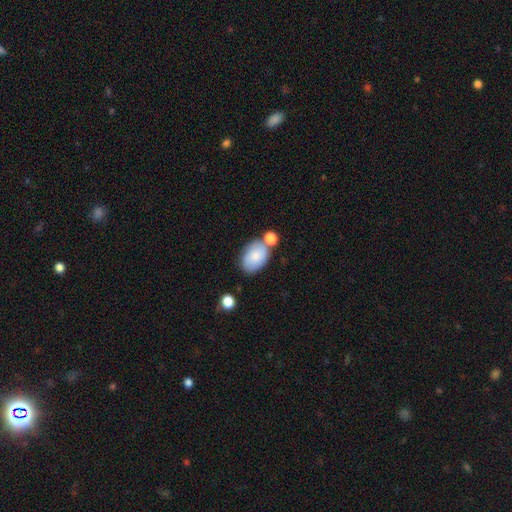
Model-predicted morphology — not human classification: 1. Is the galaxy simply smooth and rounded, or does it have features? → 79% smooth, 14% featured or disk, 7% star or artifact.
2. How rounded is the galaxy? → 88% in between, 11% round, 1% cigar-shaped.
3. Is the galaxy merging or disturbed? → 58% none, 18% minor disturbance, 18% merger, 5% major disturbance.